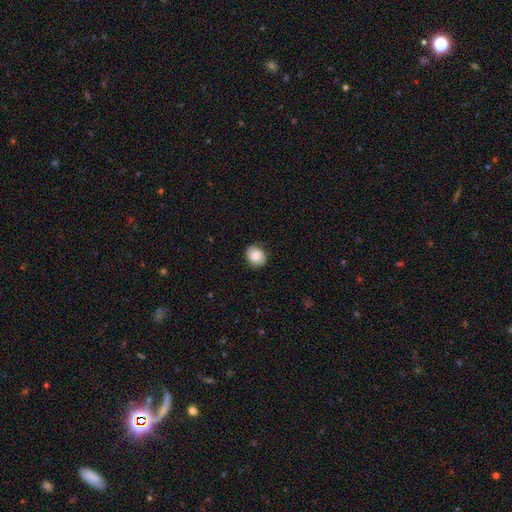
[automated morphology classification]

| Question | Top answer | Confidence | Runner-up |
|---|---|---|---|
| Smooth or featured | smooth | 67% | featured or disk (24%) |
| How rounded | round | 60% | in between (39%) |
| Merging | none | 81% | minor disturbance (15%) |